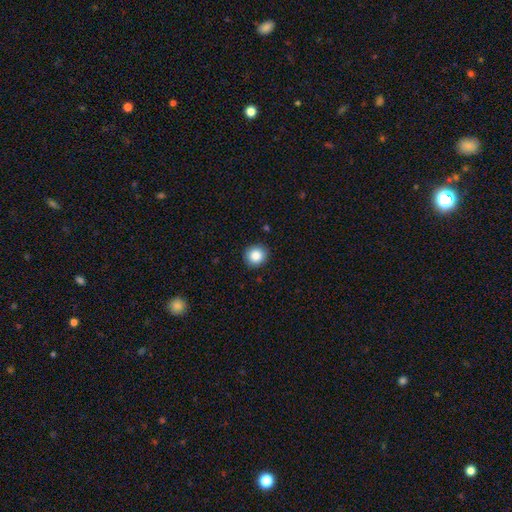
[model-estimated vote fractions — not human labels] Smooth or featured?
  - smooth: 86% *
  - star or artifact: 9%
  - featured or disk: 5%
How rounded?
  - round: 88% *
  - in between: 11%
  - cigar-shaped: 1%
Merging?
  - none: 90% *
  - minor disturbance: 7%
  - major disturbance: 2%
  - merger: 1%